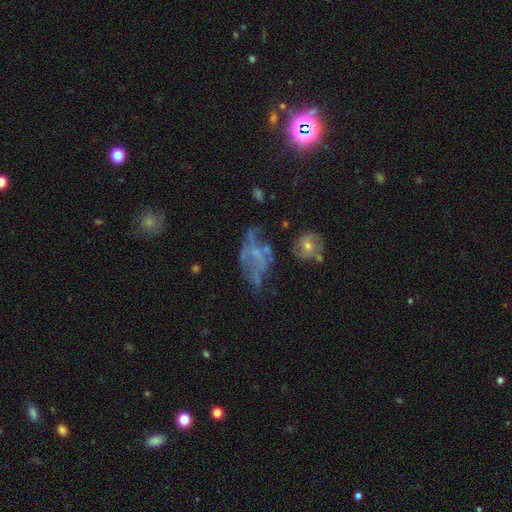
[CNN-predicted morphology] A featured or disk galaxy (52%). Merging: none (34%).